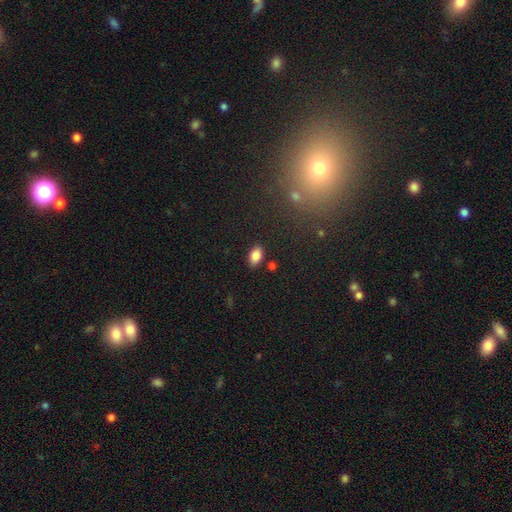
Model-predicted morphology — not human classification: smooth-or-featured: smooth: 86% | star or artifact: 9% | featured or disk: 6%
  how-rounded: in between: 91% | round: 8% | cigar-shaped: 2%
  merging: none: 85% | minor disturbance: 10% | merger: 3% | major disturbance: 2%